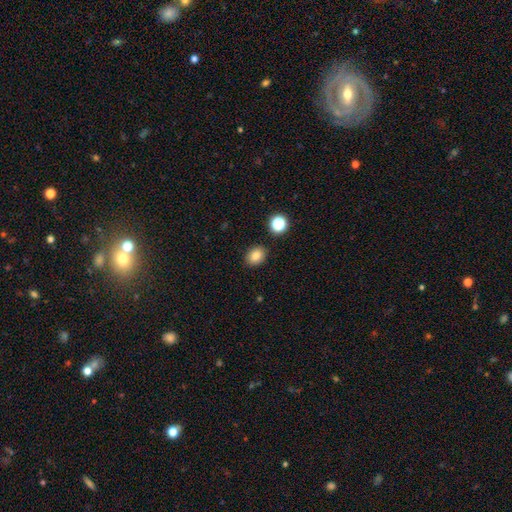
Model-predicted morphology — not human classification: This is clearly a smooth galaxy (83%). How rounded: possibly round (51%). Merging: clearly none (87%).